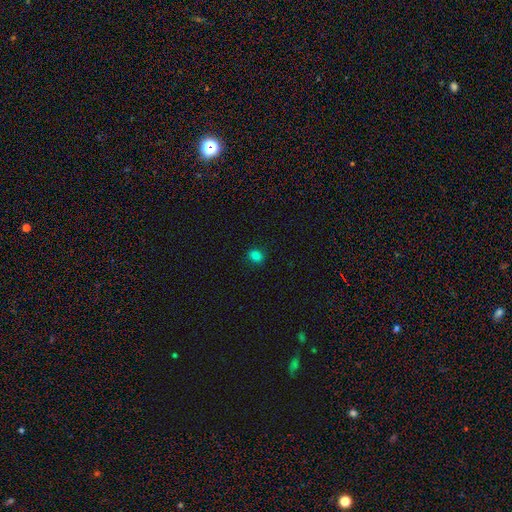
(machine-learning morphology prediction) This appears to be a smooth galaxy with no disk features (82%) that is round (55%). Merging: none (89%).